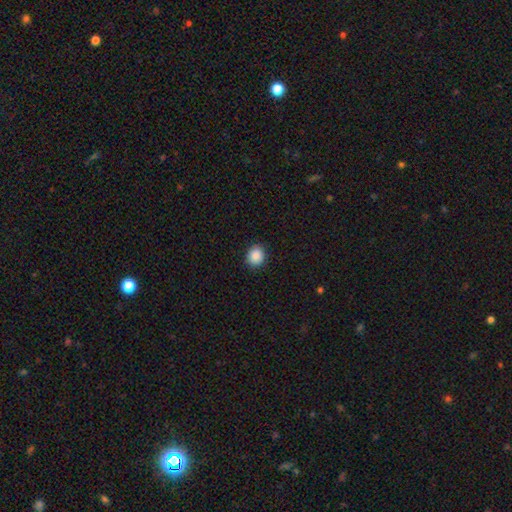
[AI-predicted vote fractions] Morphology: type=smooth (89%); roundness=round (76%); merging=none (89%).